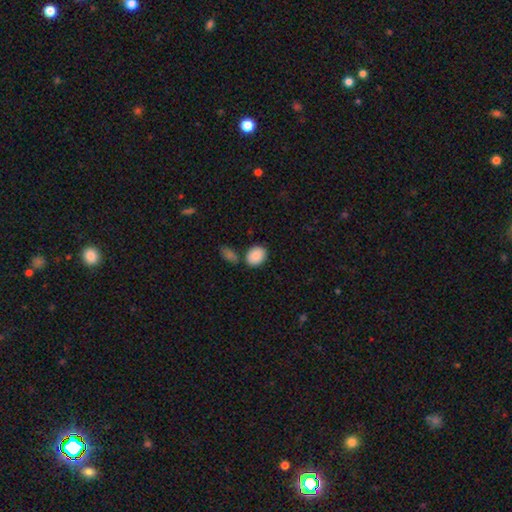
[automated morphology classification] Q: Smooth or featured?
A: smooth (89%); runner-up: star or artifact (7%)
Q: How rounded?
A: in between (72%); runner-up: round (27%)
Q: Merging?
A: none (72%); runner-up: merger (13%)